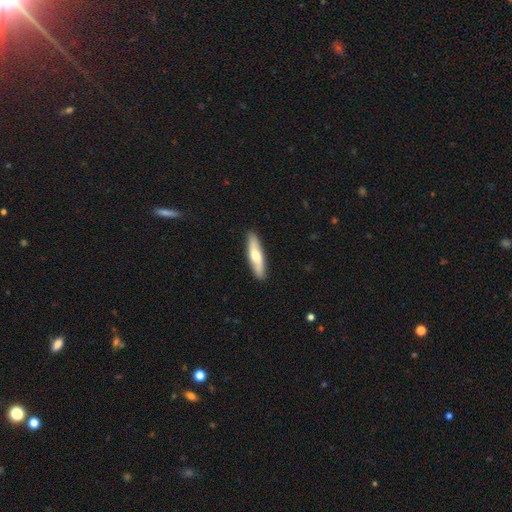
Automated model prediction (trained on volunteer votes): smooth-or-featured: smooth: 56% | featured or disk: 39% | star or artifact: 5%
  how-rounded: cigar-shaped: 77% | in between: 21% | round: 2%
  merging: none: 89% | minor disturbance: 8% | major disturbance: 2% | merger: 1%